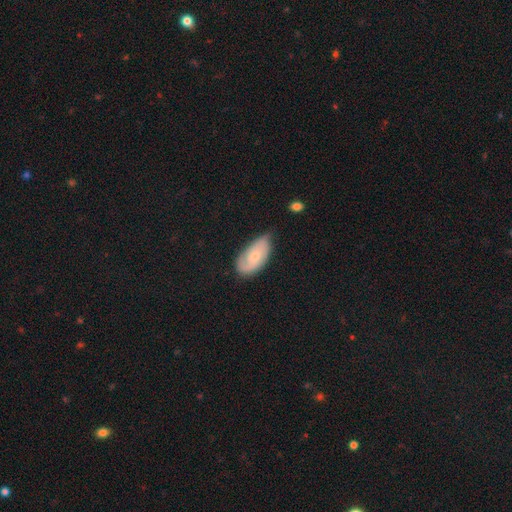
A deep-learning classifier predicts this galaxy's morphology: The model was most divided on "smooth or featured": smooth: 51%, featured or disk: 43%, star or artifact: 6%. Remaining: how rounded — in between (93%); merging — none (49%).